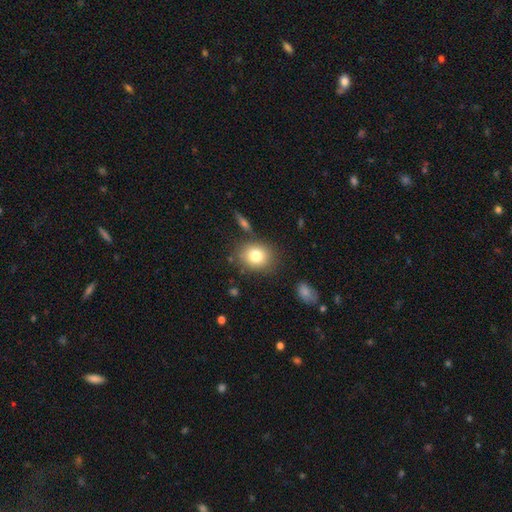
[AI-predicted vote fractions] This is likely a smooth galaxy (79%). How rounded: possibly round (56%). Merging: likely none (79%).